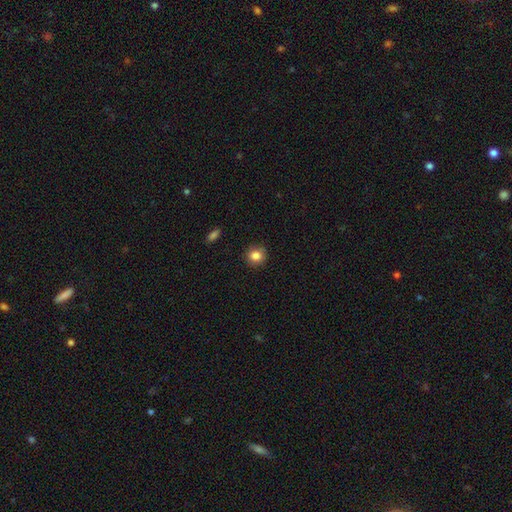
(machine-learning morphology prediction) Overall: smooth (85%). How rounded: round (87%). Merging: none (88%).